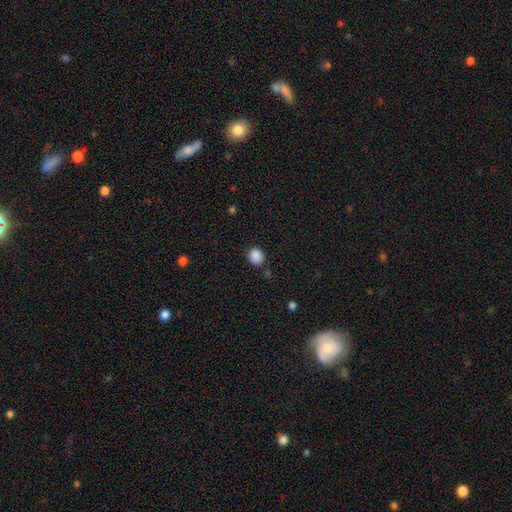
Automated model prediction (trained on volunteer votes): smooth-or-featured: smooth: 87% | star or artifact: 10% | featured or disk: 3%
  how-rounded: round: 77% | in between: 22% | cigar-shaped: 1%
  merging: none: 82% | minor disturbance: 12% | merger: 4% | major disturbance: 3%